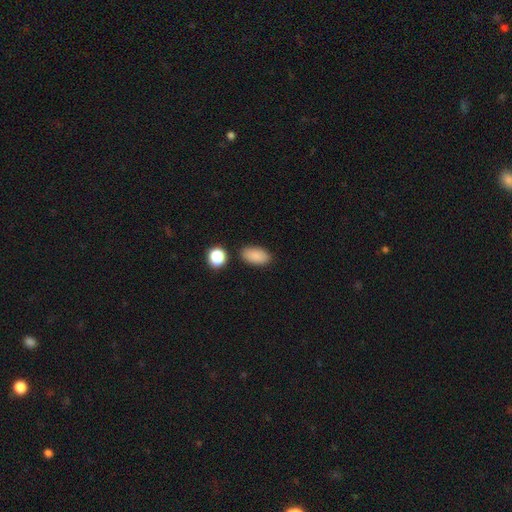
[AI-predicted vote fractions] Smooth or featured? smooth (87%)
How rounded? in between (92%)
Merging? none (85%)